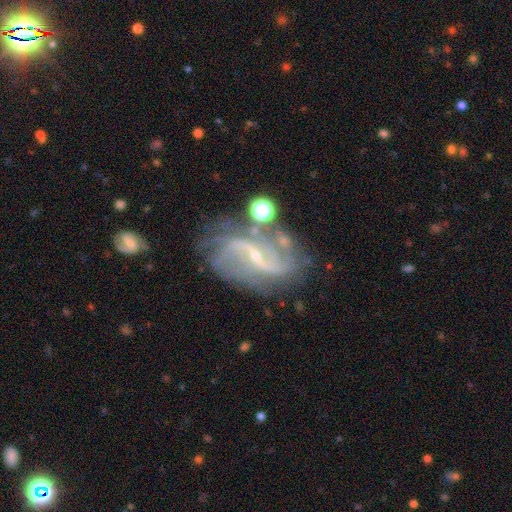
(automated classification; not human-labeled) Smooth or featured?
  - featured or disk: 88% *
  - star or artifact: 7%
  - smooth: 5%
Edge-on disk?
  - no: 96% *
  - yes: 4%
Bar?
  - strong: 41% *
  - weak: 39%
  - no: 20%
Spiral arms?
  - yes: 95% *
  - no: 5%
Spiral winding?
  - loose: 53% *
  - medium: 35%
  - tight: 13%
Spiral arm count?
  - 2: 79% *
  - can't tell: 8%
  - 3: 5%
  - 1: 3%
  - 4: 3%
  - more than 4: 3%
Bulge size?
  - small: 84% *
  - moderate: 11%
  - none: 3%
  - large: 1%
  - dominant: 1%
Merging?
  - none: 62% *
  - minor disturbance: 20%
  - major disturbance: 11%
  - merger: 7%